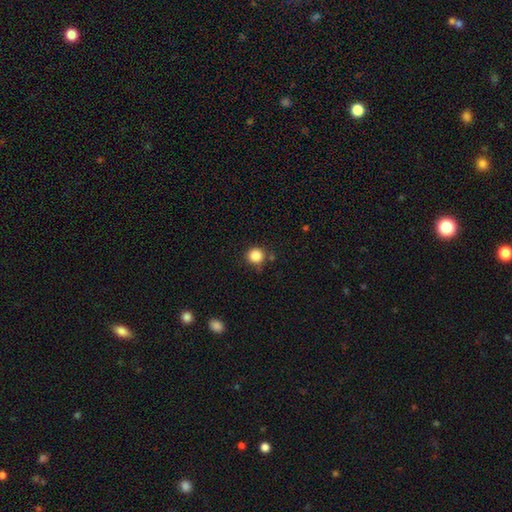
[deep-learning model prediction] A smooth galaxy with no disk features (86%) that is round (93%).

Vote fractions:
- Smooth or featured? smooth: 86% / star or artifact: 11% / featured or disk: 4%
- How rounded? round: 93% / in between: 6% / cigar-shaped: 1%
- Merging? none: 82% / minor disturbance: 11% / merger: 4% / major disturbance: 3%